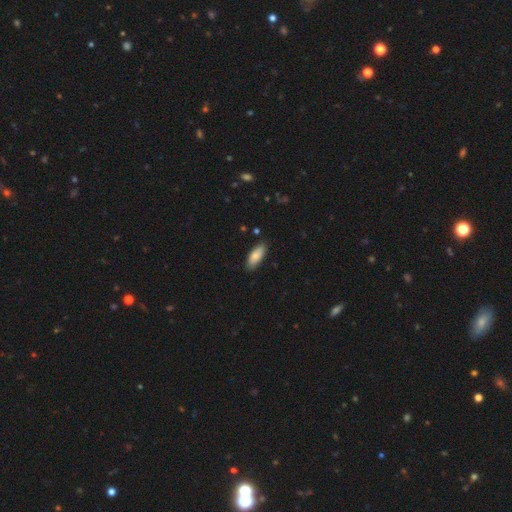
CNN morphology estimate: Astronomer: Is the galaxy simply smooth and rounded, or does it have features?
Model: smooth — 81%.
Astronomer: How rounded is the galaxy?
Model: in between — 77%.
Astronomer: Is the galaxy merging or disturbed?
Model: none — 85%.